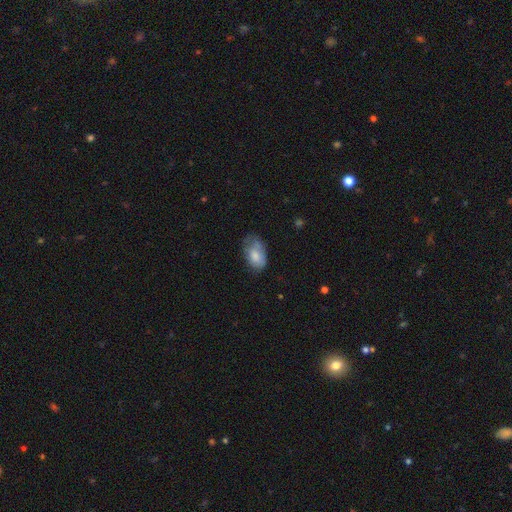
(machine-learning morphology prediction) type=smooth (73%); roundness=in between (91%); merging=none (42%).